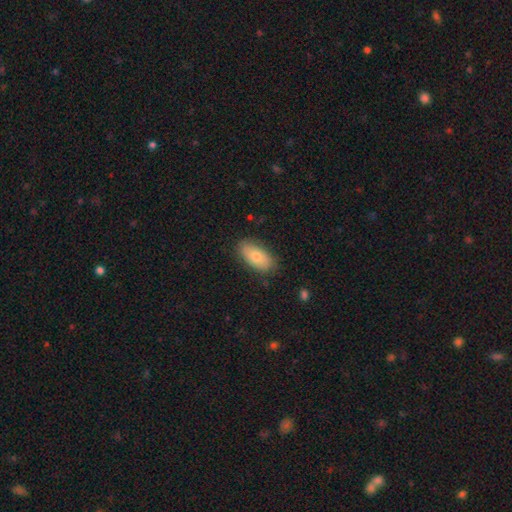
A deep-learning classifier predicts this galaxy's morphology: Smooth or featured?
  - smooth: 73% *
  - featured or disk: 20%
  - star or artifact: 7%
How rounded?
  - in between: 92% *
  - cigar-shaped: 5%
  - round: 4%
Merging?
  - none: 84% *
  - minor disturbance: 13%
  - major disturbance: 3%
  - merger: 1%